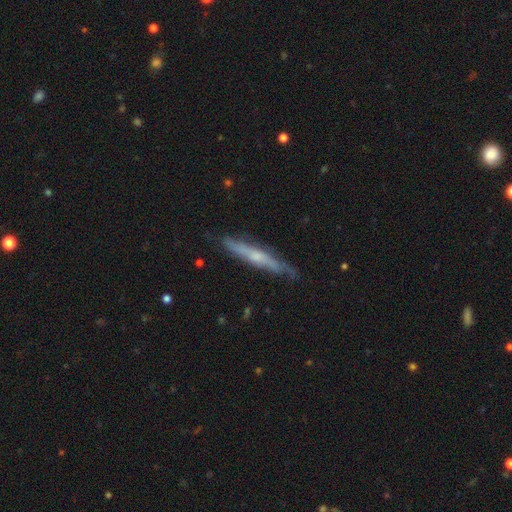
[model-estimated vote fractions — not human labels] Smooth or featured: featured or disk — 60% (smooth — 33%)
Edge-on disk: yes — 88% (no — 12%)
Edge-on bulge: rounded — 51% (none — 42%)
Merging: none — 77% (minor disturbance — 19%)